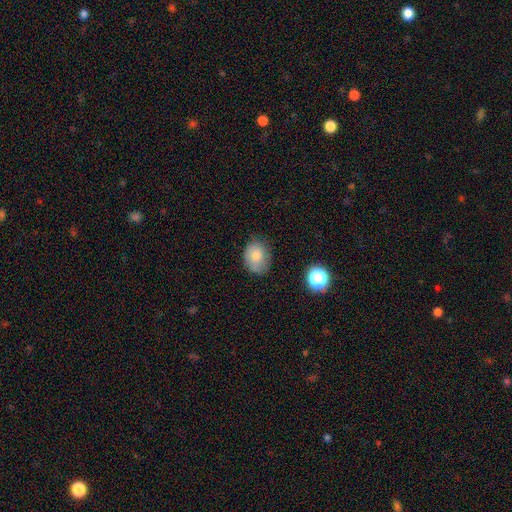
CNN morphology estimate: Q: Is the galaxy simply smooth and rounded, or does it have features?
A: smooth — 78%.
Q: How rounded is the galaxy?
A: in between — 58%.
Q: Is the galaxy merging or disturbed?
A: none — 66%.